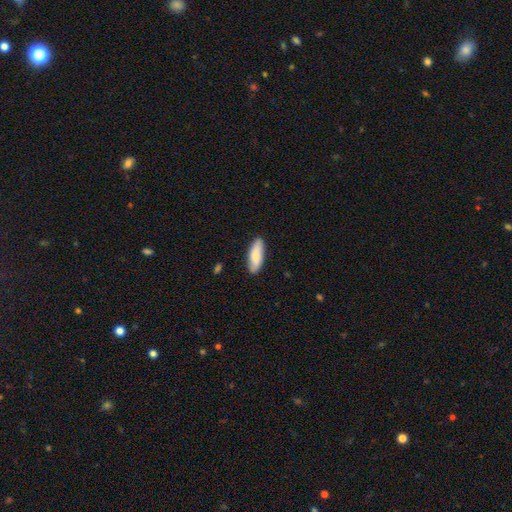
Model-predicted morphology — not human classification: Smooth or featured?
  - smooth: 79% *
  - featured or disk: 15%
  - star or artifact: 6%
How rounded?
  - in between: 65% *
  - cigar-shaped: 33%
  - round: 2%
Merging?
  - none: 87% *
  - minor disturbance: 10%
  - major disturbance: 2%
  - merger: 1%